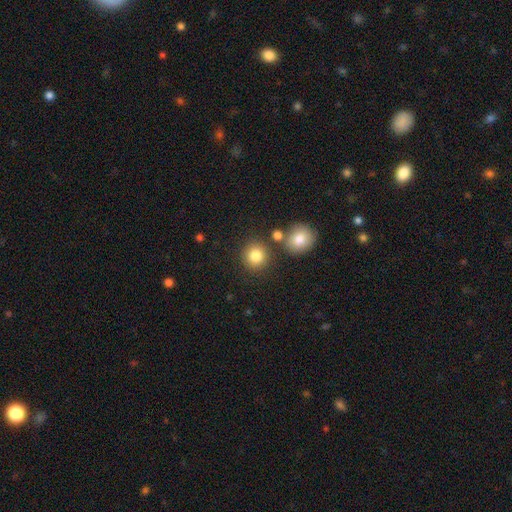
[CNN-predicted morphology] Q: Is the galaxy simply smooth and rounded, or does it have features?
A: smooth — 83%.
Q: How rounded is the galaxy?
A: round — 90%.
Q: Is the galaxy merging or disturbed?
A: none — 81%.